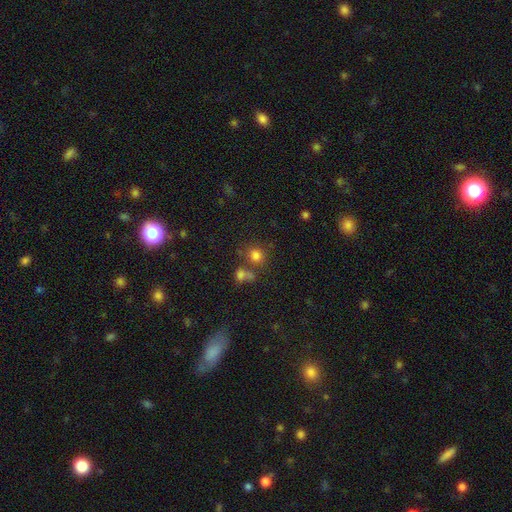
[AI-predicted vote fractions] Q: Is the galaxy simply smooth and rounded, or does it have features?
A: smooth — 77%.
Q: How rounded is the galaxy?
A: round — 80%.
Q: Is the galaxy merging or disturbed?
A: none — 60%.